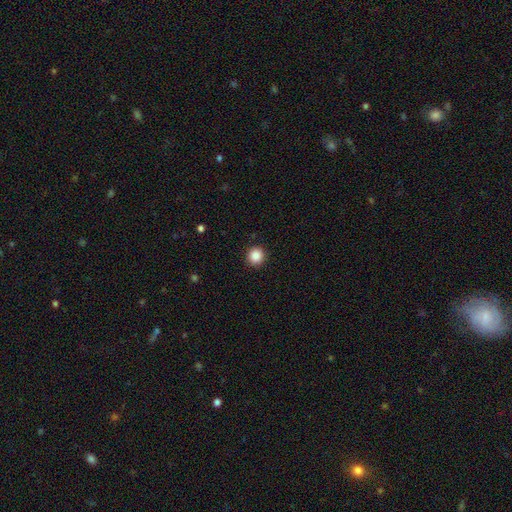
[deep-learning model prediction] A smooth galaxy with no disk features (87%) that is round (94%).

Vote fractions:
- Smooth or featured? smooth: 87% / star or artifact: 10% / featured or disk: 3%
- How rounded? round: 94% / in between: 5% / cigar-shaped: 1%
- Merging? none: 92% / minor disturbance: 5% / major disturbance: 2% / merger: 1%